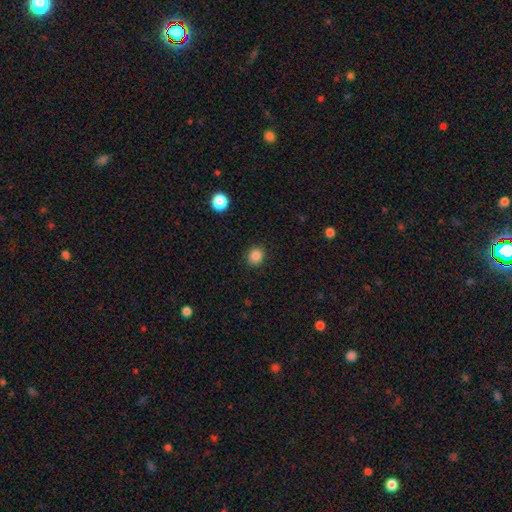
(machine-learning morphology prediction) Overall: smooth (86%). How rounded: round (77%). Merging: none (90%).